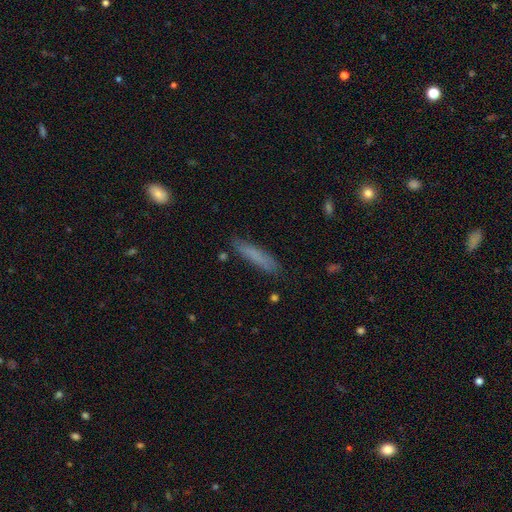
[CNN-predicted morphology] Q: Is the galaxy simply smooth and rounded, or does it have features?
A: smooth — 76%.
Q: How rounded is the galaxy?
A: cigar-shaped — 89%.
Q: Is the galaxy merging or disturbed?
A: none — 83%.